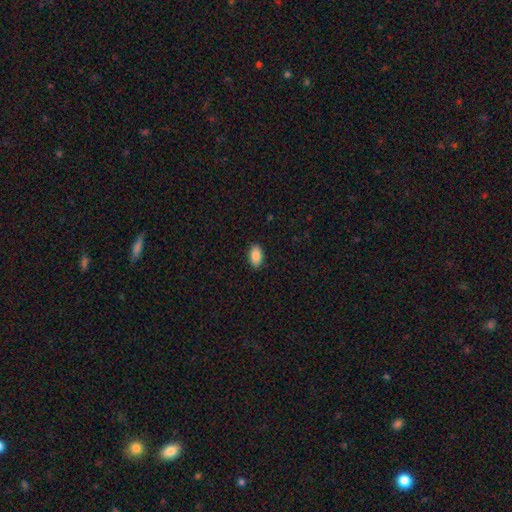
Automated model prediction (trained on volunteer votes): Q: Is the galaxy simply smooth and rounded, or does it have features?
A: smooth — 89%.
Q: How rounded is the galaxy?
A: in between — 93%.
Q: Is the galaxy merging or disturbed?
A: none — 88%.